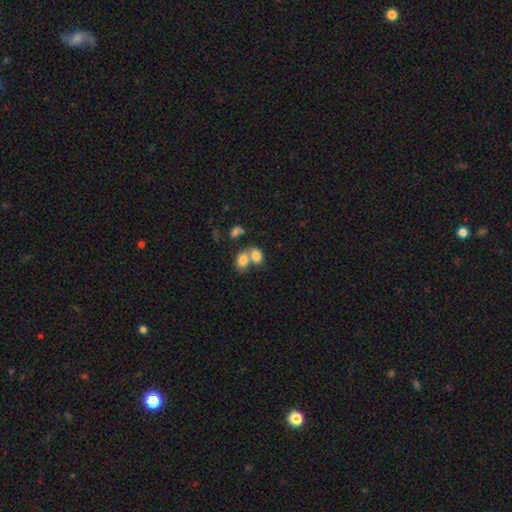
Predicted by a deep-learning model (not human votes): smooth 80%, featured or disk 11%, star or artifact 9%. Down the decision tree: how rounded — in between (75%); merging — merger (59%).